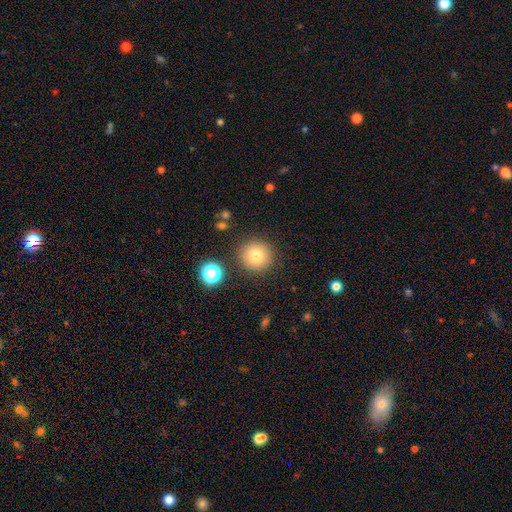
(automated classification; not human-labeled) smooth-or-featured: smooth: 78% | star or artifact: 12% | featured or disk: 10%
  how-rounded: round: 95% | in between: 4% | cigar-shaped: 1%
  merging: none: 88% | minor disturbance: 7% | merger: 3% | major disturbance: 3%